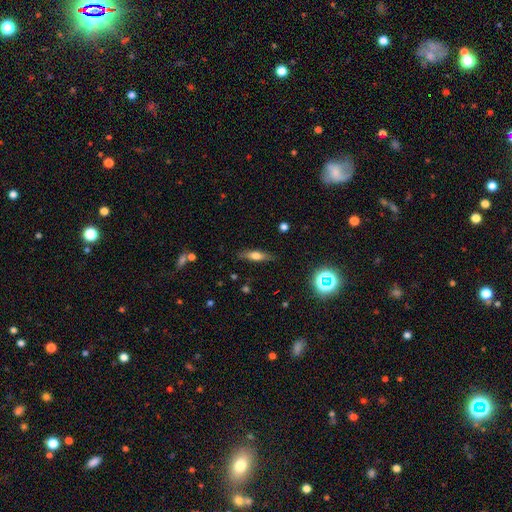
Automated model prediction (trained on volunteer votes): Overall: smooth (57%; featured or disk 32%). How rounded: cigar-shaped (53%; in between 43%). Merging: none (83%).